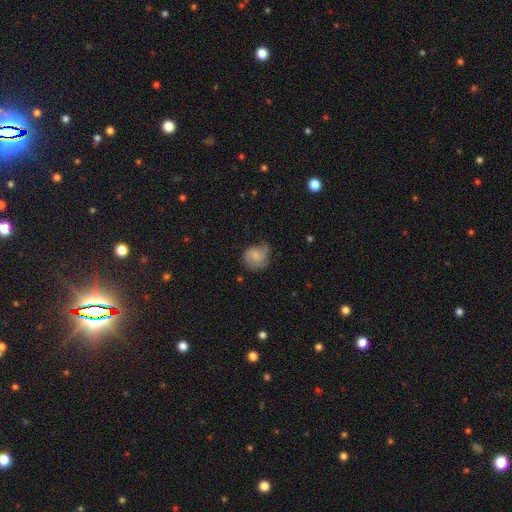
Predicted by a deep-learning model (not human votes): Morphology: type=smooth (54%); roundness=round (70%); merging=none (50%).